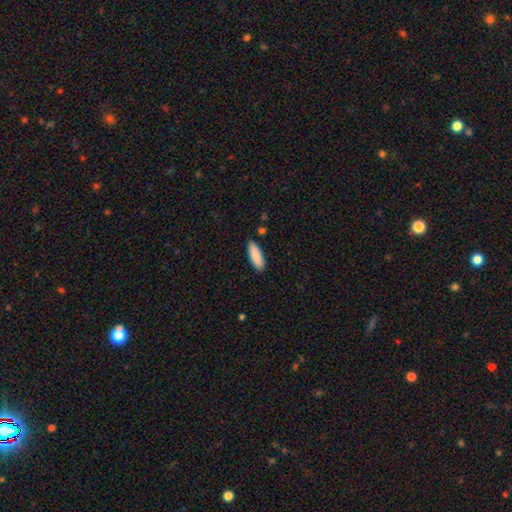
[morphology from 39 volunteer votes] This appears to be a smooth galaxy with no disk features (85%) that is in between round and cigar-shaped (55%). Merging: none (91%).